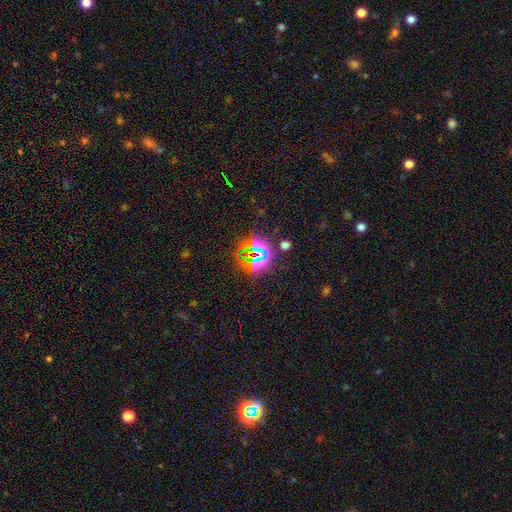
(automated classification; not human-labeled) smooth-or-featured: star or artifact: 75% | smooth: 16% | featured or disk: 9%